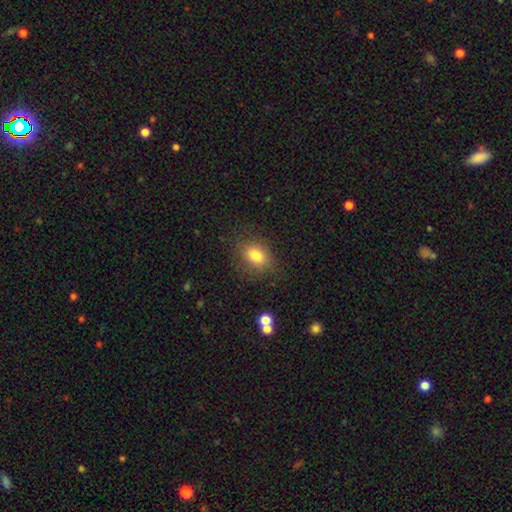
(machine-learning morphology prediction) This appears to be a smooth galaxy with no disk features (80%) that is in between round and cigar-shaped (61%). Merging: none (78%).